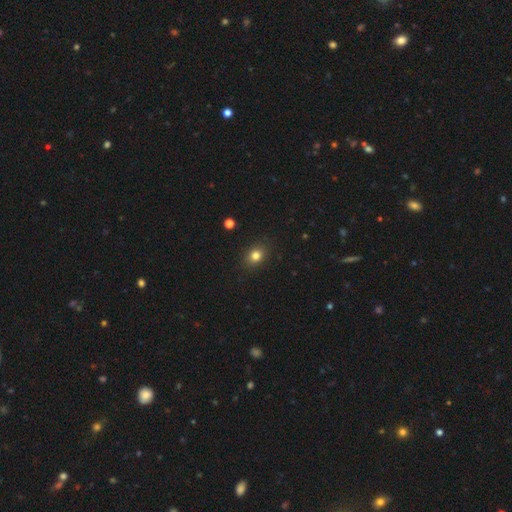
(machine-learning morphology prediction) Smooth or featured? Predicted: smooth (p=0.82). How rounded? Predicted: round (p=0.52). Merging? Predicted: none (p=0.88).